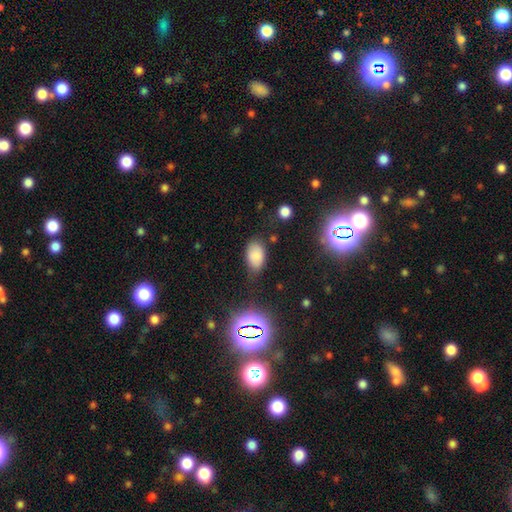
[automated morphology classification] The model was most divided on "merging": none: 69%, minor disturbance: 22%, major disturbance: 6%, merger: 3%. More confident: how rounded — in between (90%); smooth or featured — smooth (80%).